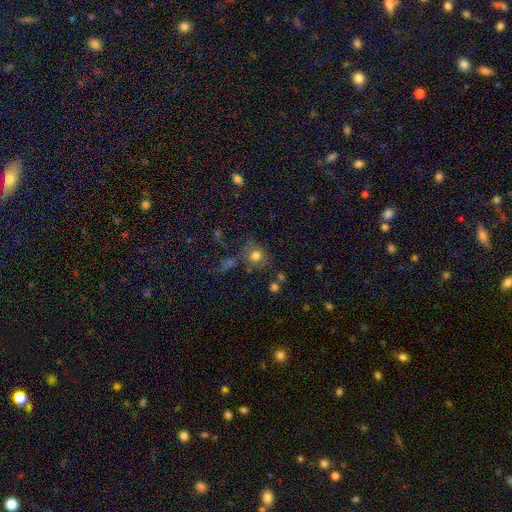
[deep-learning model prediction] Smooth or featured? Predicted: smooth (p=0.75). How rounded? Predicted: round (p=0.81). Merging? Predicted: none (p=0.60).